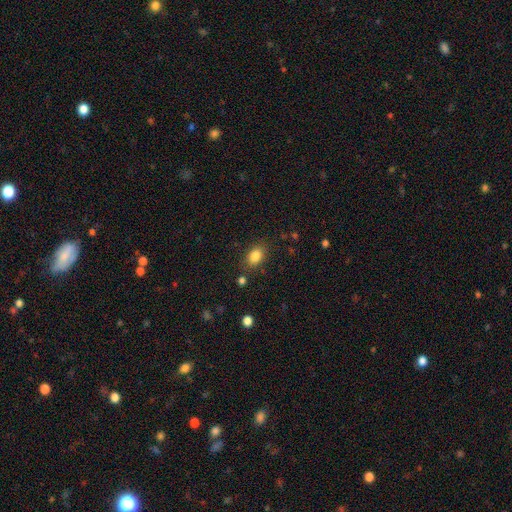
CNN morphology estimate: type=smooth (84%); roundness=in between (79%); merging=none (82%).